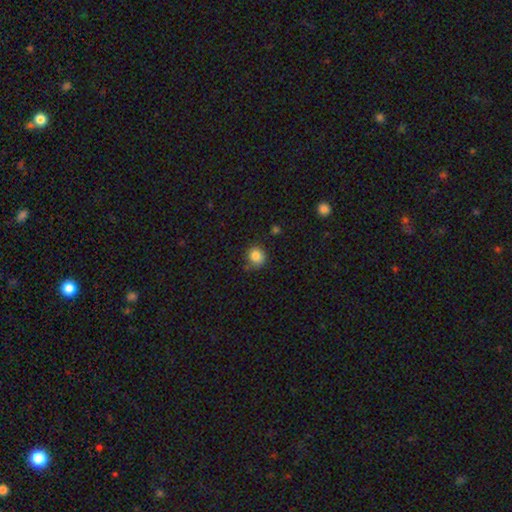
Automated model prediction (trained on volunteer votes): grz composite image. It shows a smooth galaxy with no disk features (84%) that is round (84%). Merging: none (72%).